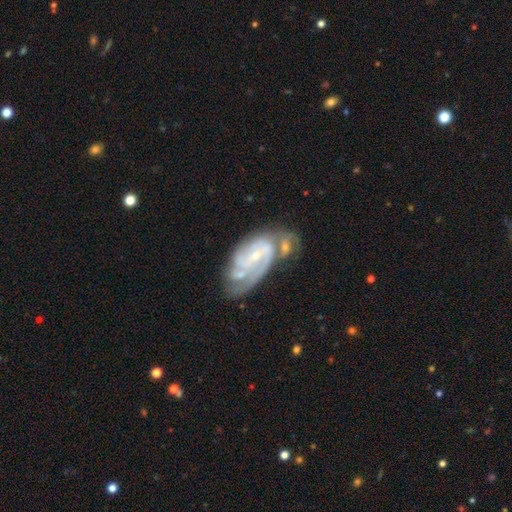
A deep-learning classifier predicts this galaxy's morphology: Smooth or featured? featured or disk (83%)
Edge-on disk? no (96%)
Bar? no (45%)
Spiral arms? yes (92%)
Spiral winding? tight (46%)
Spiral arm count? 2 (42%)
Bulge size? small (74%)
Merging? merger (41%)